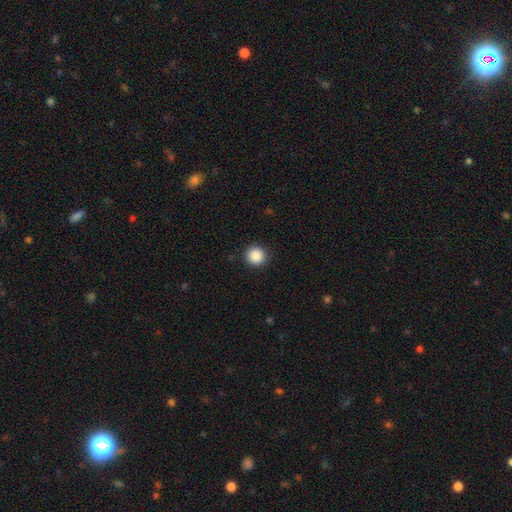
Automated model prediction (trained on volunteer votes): smooth-or-featured: smooth: 88% | star or artifact: 9% | featured or disk: 3%
  how-rounded: round: 95% | in between: 4% | cigar-shaped: 1%
  merging: none: 92% | minor disturbance: 5% | major disturbance: 2% | merger: 1%